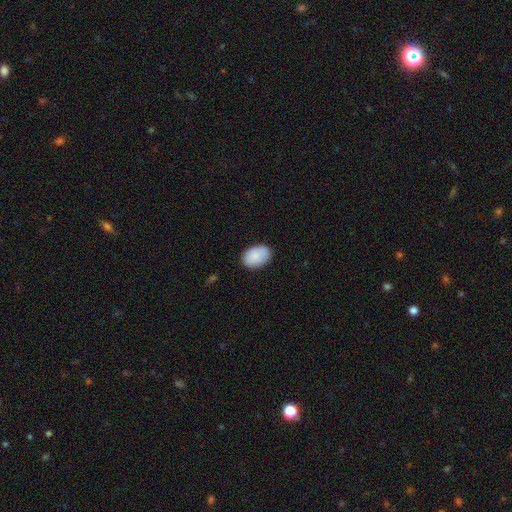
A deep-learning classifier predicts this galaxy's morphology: This appears to be a smooth galaxy with no disk features (87%) that is in between round and cigar-shaped (85%). Merging: none (82%).